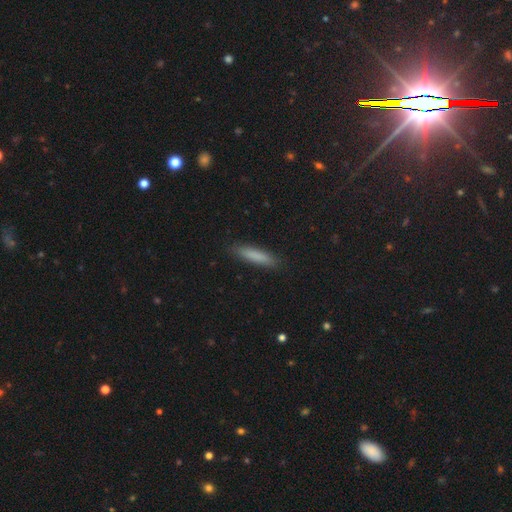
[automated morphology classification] smooth_or_featured: smooth (p=0.84) [alt: featured or disk p=0.10]
how_rounded: cigar-shaped (p=0.84) [alt: in between p=0.14]
merging: none (p=0.89) [alt: minor disturbance p=0.08]